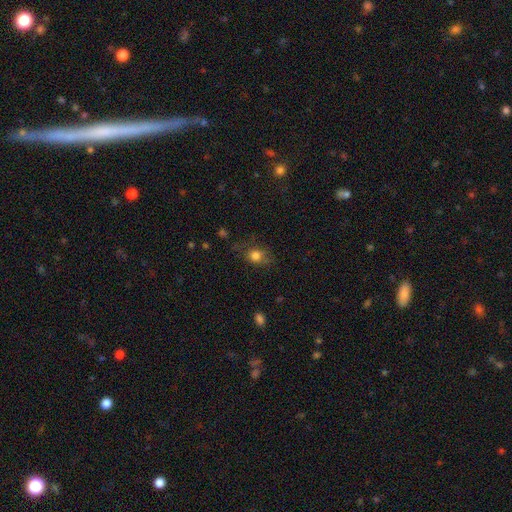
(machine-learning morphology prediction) A smooth galaxy with no disk features (75%) that is round (60%). Merging: none (61%).